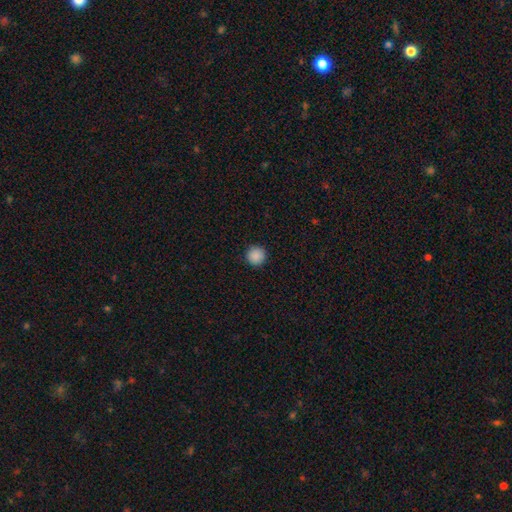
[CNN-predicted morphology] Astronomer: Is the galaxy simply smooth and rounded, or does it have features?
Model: smooth — 89%.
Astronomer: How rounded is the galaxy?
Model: round — 96%.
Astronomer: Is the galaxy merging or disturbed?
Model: none — 92%.